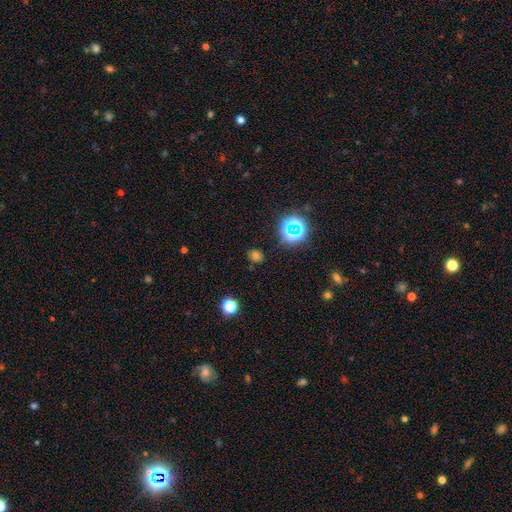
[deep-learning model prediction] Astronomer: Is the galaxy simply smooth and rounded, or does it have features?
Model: smooth — 64%.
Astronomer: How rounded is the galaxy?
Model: round — 68%.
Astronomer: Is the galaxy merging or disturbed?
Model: none — 82%.